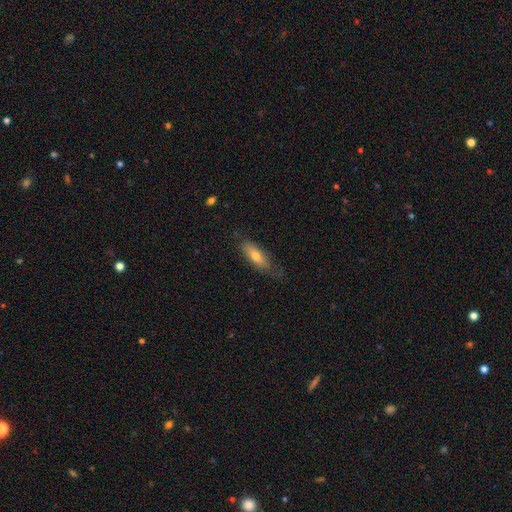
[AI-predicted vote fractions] Smooth or featured? smooth (66%)
How rounded? in between (57%)
Merging? none (62%)